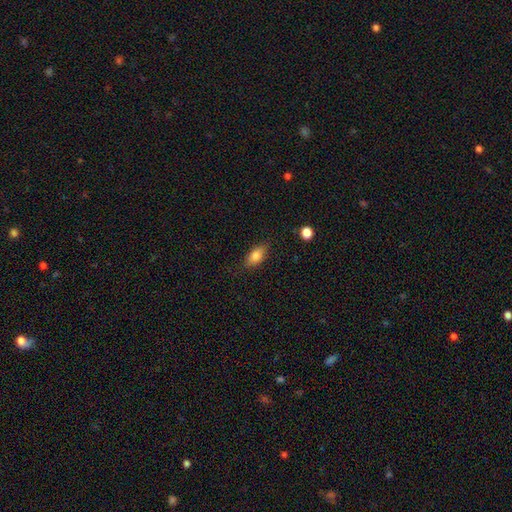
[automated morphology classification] Smooth or featured? smooth (81%)
How rounded? in between (84%)
Merging? none (79%)